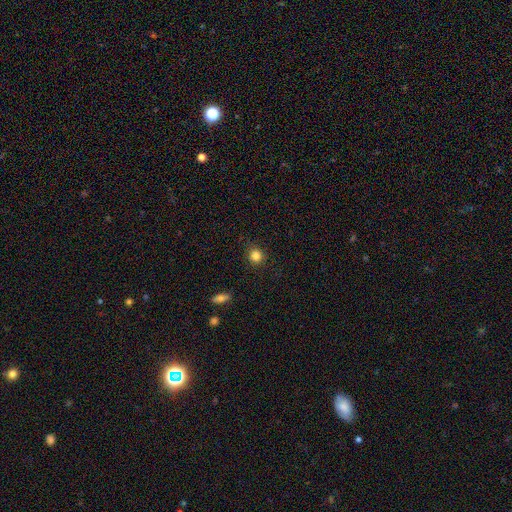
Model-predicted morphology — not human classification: A smooth galaxy with no disk features (83%) that is round (89%).

Vote fractions:
- Smooth or featured? smooth: 83% / star or artifact: 12% / featured or disk: 5%
- How rounded? round: 89% / in between: 10% / cigar-shaped: 1%
- Merging? none: 87% / minor disturbance: 10% / major disturbance: 3% / merger: 1%